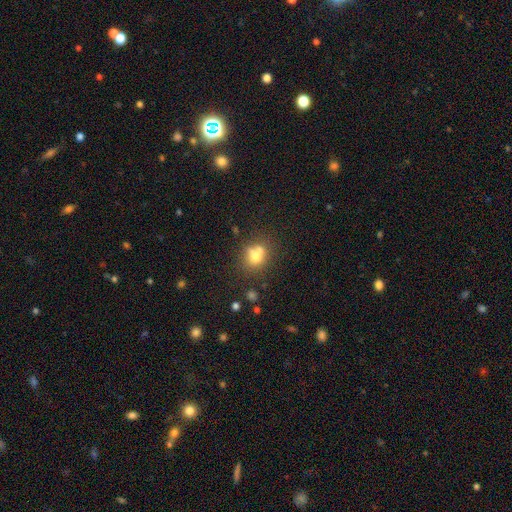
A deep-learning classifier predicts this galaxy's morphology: A smooth galaxy with no disk features (68%) that is round (70%). Merging: none (45%).